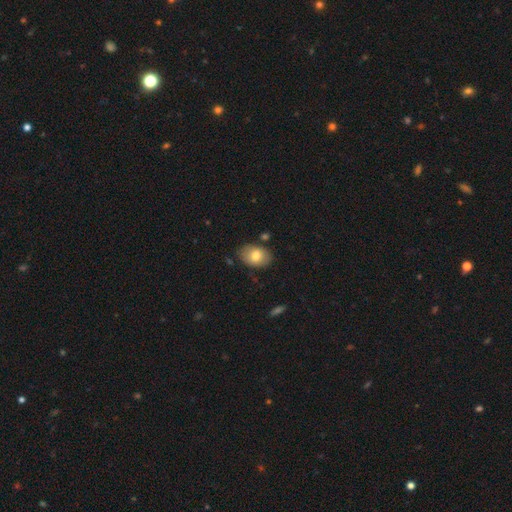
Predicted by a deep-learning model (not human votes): Smooth or featured? Predicted: smooth (p=0.76). How rounded? Predicted: in between (p=0.83). Merging? Predicted: none (p=0.80).